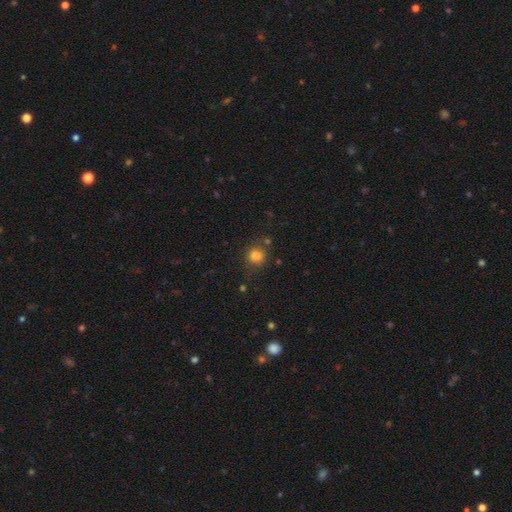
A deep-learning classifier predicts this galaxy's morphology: type=smooth (82%); roundness=round (82%); merging=none (72%).